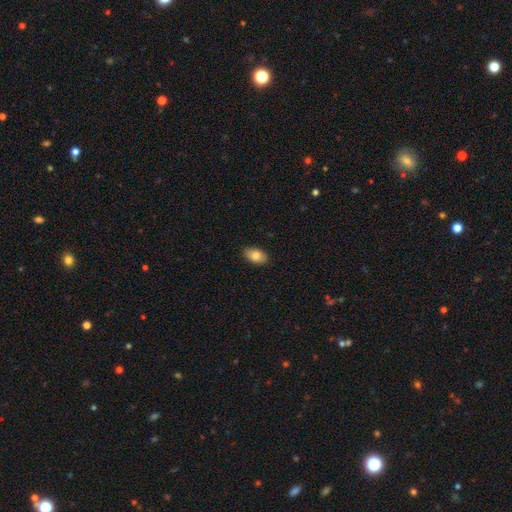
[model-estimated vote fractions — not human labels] smooth_or_featured: smooth (p=0.82) [alt: featured or disk p=0.11]
how_rounded: in between (p=0.92) [alt: round p=0.06]
merging: none (p=0.88) [alt: minor disturbance p=0.09]